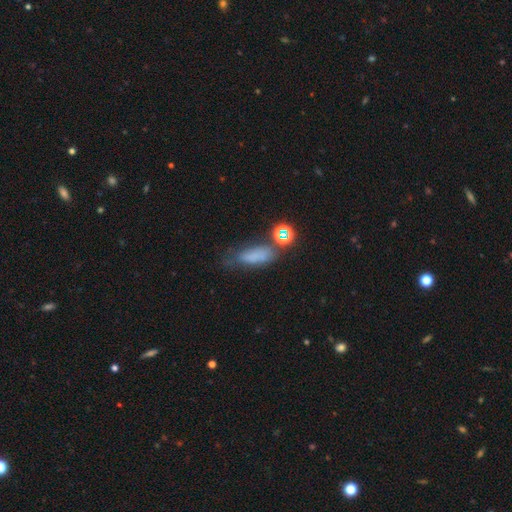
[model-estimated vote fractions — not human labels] The model was most divided on "how rounded": in between: 52%, cigar-shaped: 40%, round: 8%. Remaining: smooth or featured — smooth (62%); merging — none (45%).